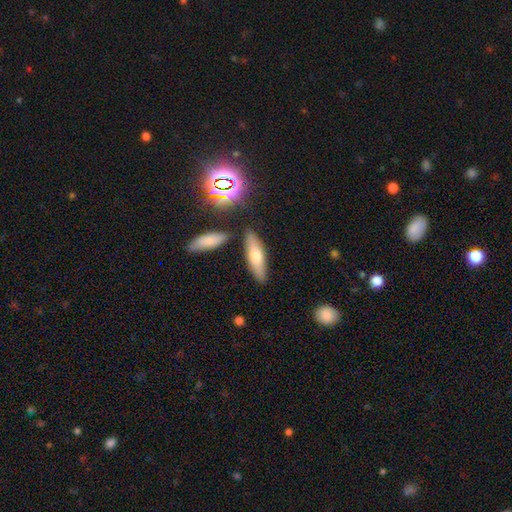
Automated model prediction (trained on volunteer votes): A smooth galaxy with no disk features (65%) that is cigar-shaped (54%).

Vote fractions:
- Smooth or featured? smooth: 65% / featured or disk: 28% / star or artifact: 8%
- How rounded? cigar-shaped: 54% / in between: 44% / round: 2%
- Merging? none: 80% / minor disturbance: 10% / merger: 7% / major disturbance: 3%